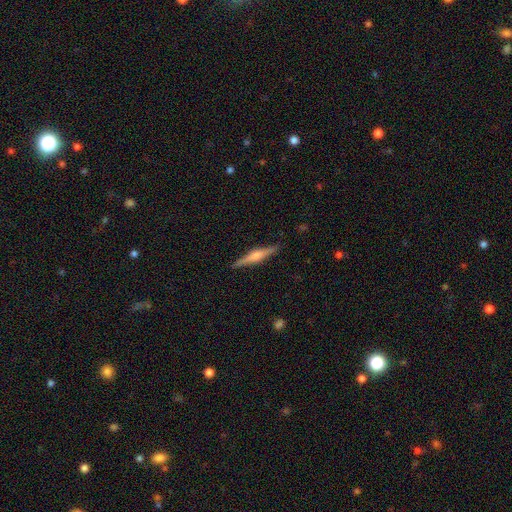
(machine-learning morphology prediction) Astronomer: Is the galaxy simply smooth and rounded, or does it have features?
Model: featured or disk — 67%.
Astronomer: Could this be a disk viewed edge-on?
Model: yes — 98%.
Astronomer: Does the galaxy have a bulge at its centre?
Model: rounded — 73%.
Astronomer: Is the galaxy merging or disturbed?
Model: none — 90%.